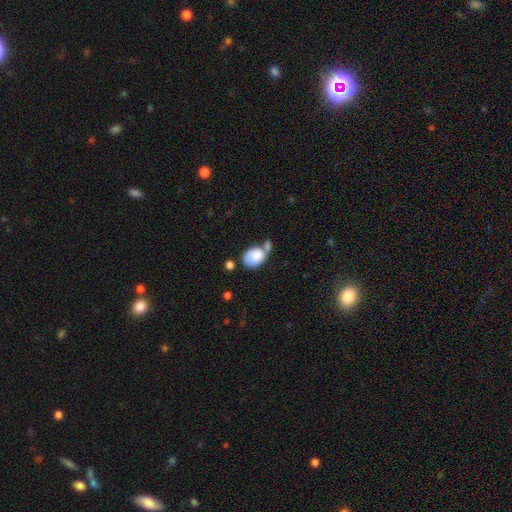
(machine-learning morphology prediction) A smooth galaxy with no disk features (81%) that is in between round and cigar-shaped (77%).

Vote fractions:
- Smooth or featured? smooth: 81% / featured or disk: 12% / star or artifact: 7%
- How rounded? in between: 77% / round: 21% / cigar-shaped: 1%
- Merging? merger: 38% / none: 32% / minor disturbance: 20% / major disturbance: 10%